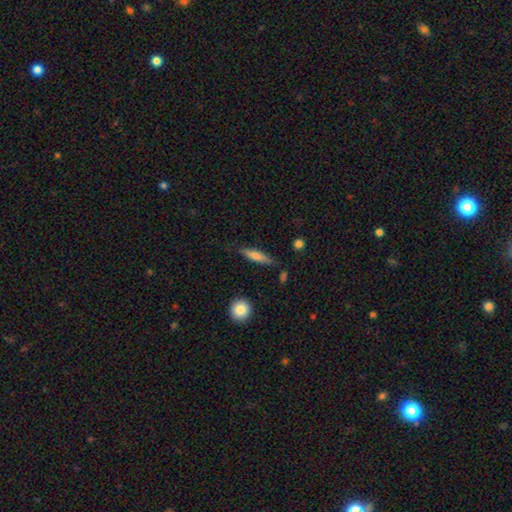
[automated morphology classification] The model was most divided on "smooth or featured": smooth: 62%, featured or disk: 32%, star or artifact: 6%. More confident: merging — none (83%); how rounded — cigar-shaped (77%).